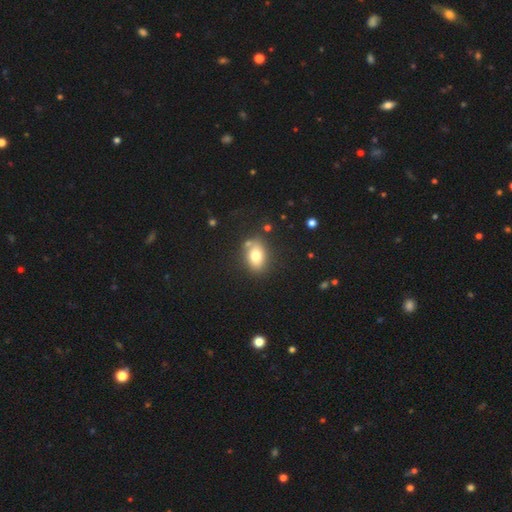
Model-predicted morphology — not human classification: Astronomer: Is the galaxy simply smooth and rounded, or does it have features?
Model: smooth — 77%.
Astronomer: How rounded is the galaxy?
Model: in between — 80%.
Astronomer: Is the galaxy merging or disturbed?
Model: none — 73%.